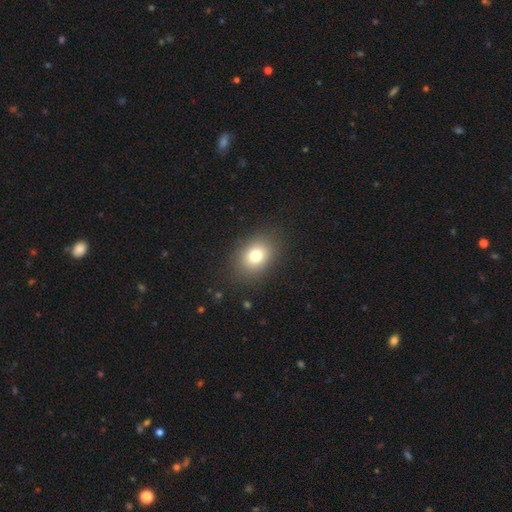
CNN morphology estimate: A smooth galaxy with no disk features (77%) that is in between round and cigar-shaped (62%). Merging: none (85%).